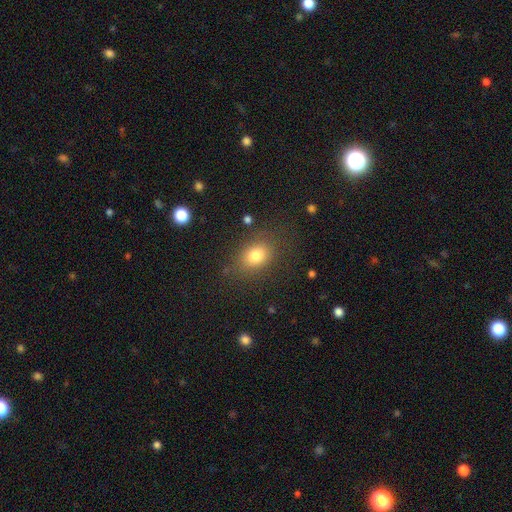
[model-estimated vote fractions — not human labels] Smooth or featured: smooth — 79% (star or artifact — 12%)
How rounded: in between — 64% (round — 34%)
Merging: none — 79% (minor disturbance — 13%)